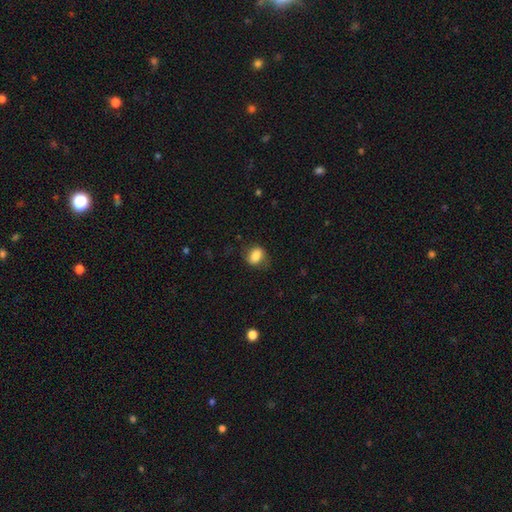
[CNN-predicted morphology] smooth 78%, featured or disk 13%, star or artifact 8%. Down the decision tree: how rounded — in between (67%); merging — none (68%).